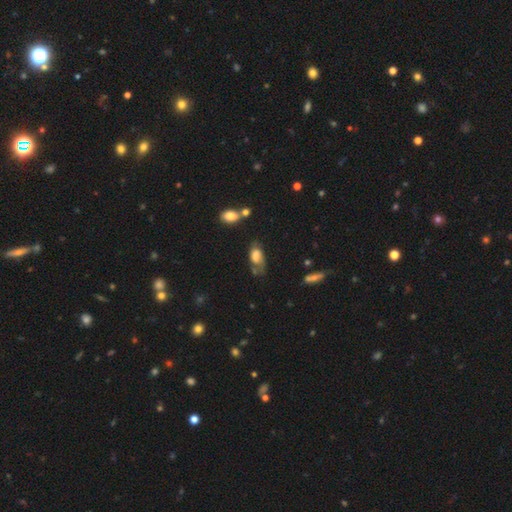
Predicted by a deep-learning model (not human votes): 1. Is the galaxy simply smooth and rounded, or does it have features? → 63% smooth, 28% featured or disk, 9% star or artifact.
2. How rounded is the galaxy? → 89% in between, 6% round, 5% cigar-shaped.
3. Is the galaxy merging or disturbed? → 35% none, 32% minor disturbance, 24% major disturbance, 8% merger.